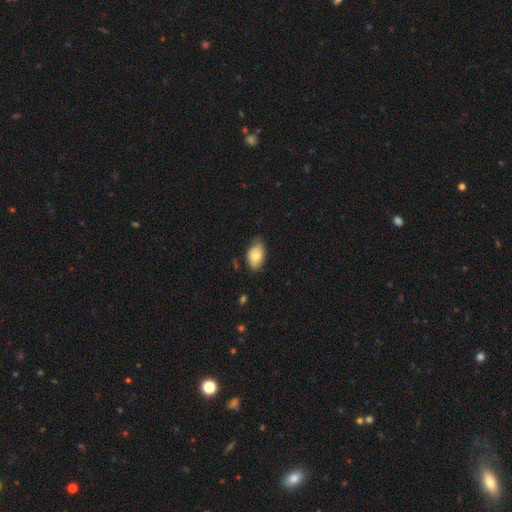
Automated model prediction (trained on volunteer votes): A smooth galaxy with no disk features (73%) that is in between round and cigar-shaped (90%).

Vote fractions:
- Smooth or featured? smooth: 73% / featured or disk: 20% / star or artifact: 7%
- How rounded? in between: 90% / round: 9% / cigar-shaped: 1%
- Merging? none: 63% / minor disturbance: 31% / major disturbance: 5% / merger: 1%